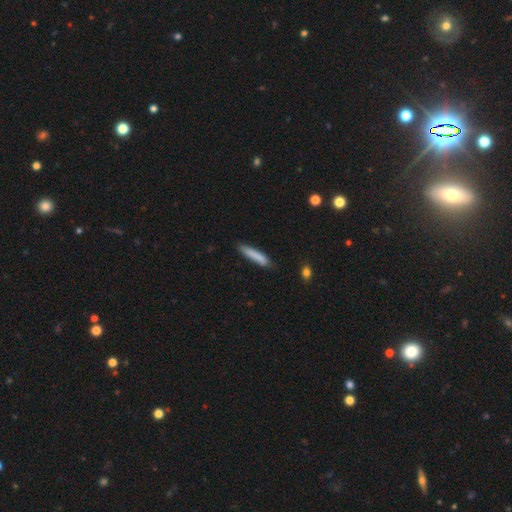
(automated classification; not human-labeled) This is clearly a smooth galaxy (83%). How rounded: clearly cigar-shaped (89%). Merging: likely none (79%).